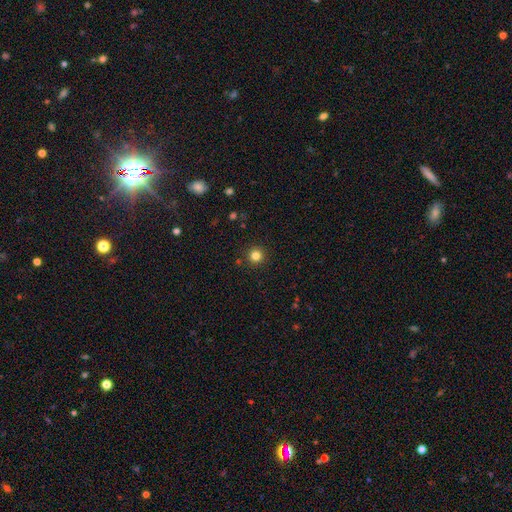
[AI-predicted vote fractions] A smooth galaxy with no disk features (81%) that is round (96%). Merging: none (92%).